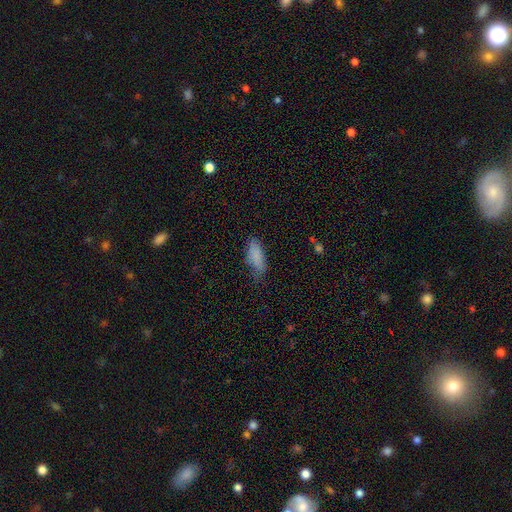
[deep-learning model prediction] smooth_or_featured: smooth (p=0.82) [alt: featured or disk p=0.09]
how_rounded: in between (p=0.71) [alt: cigar-shaped p=0.26]
merging: none (p=0.58) [alt: minor disturbance p=0.31]